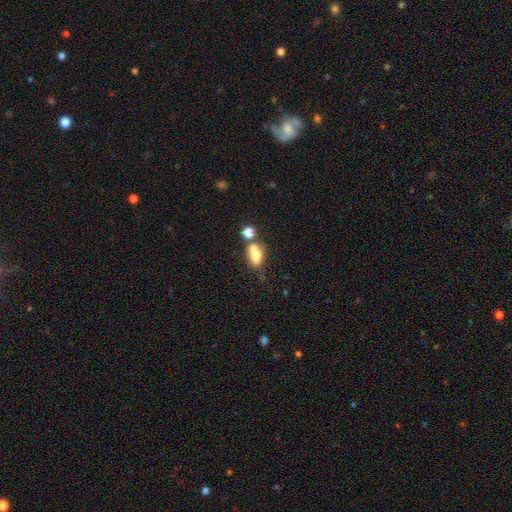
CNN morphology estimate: Smooth or featured?
  - smooth: 69% *
  - featured or disk: 21%
  - star or artifact: 10%
How rounded?
  - in between: 77% *
  - round: 14%
  - cigar-shaped: 10%
Merging?
  - merger: 44% *
  - none: 36%
  - minor disturbance: 13%
  - major disturbance: 7%